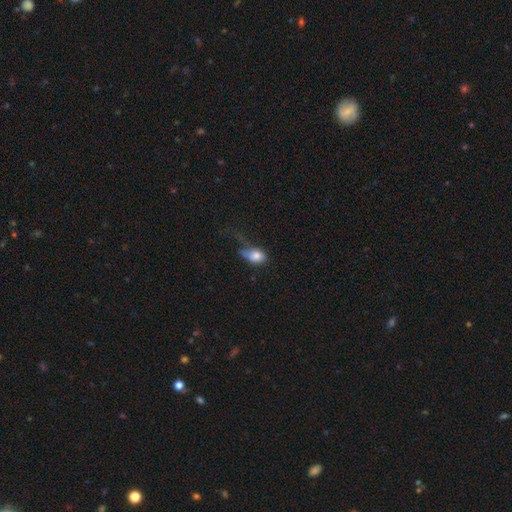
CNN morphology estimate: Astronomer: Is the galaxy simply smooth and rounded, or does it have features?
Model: smooth — 79%.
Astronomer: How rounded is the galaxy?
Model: in between — 81%.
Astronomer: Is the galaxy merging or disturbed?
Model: major disturbance — 41% (runner-up: minor disturbance, 30%).